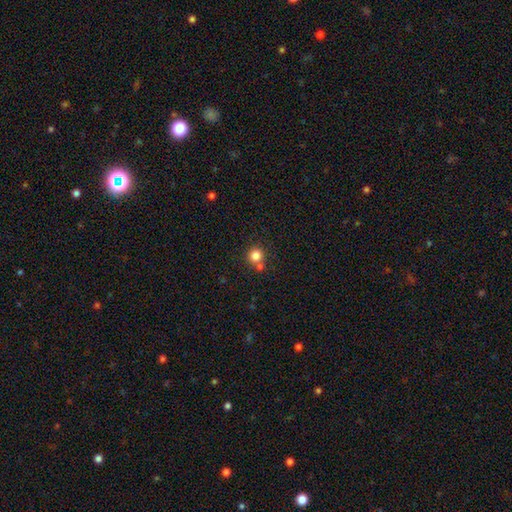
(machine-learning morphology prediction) Q: Smooth or featured?
A: smooth (82%); runner-up: star or artifact (12%)
Q: How rounded?
A: round (92%); runner-up: in between (7%)
Q: Merging?
A: none (67%); runner-up: merger (22%)